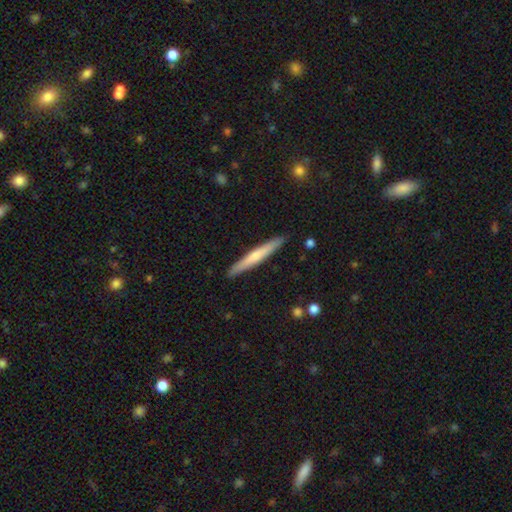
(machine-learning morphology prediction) Smooth or featured: smooth — 53% (featured or disk — 42%)
How rounded: cigar-shaped — 96% (in between — 3%)
Merging: none — 91% (minor disturbance — 7%)